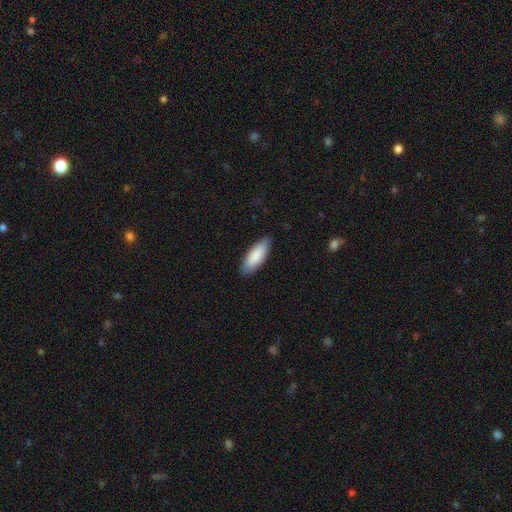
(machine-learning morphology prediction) Overall: smooth (87%). How rounded: in between (71%). Merging: none (86%).